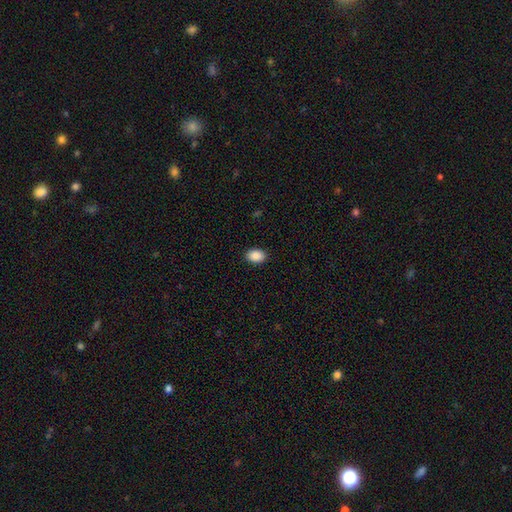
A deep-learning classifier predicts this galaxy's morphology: A smooth galaxy with no disk features (89%) that is in between round and cigar-shaped (79%). Merging: none (90%).